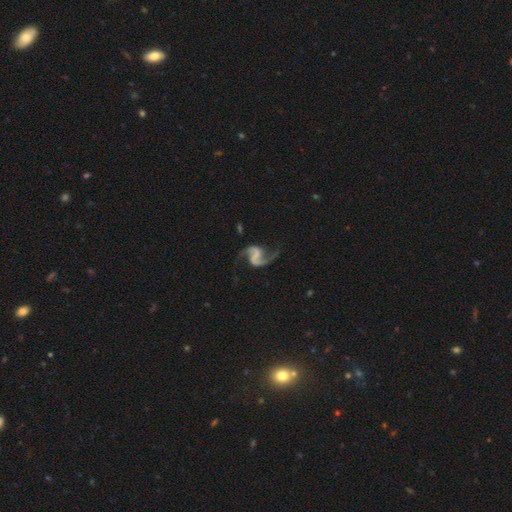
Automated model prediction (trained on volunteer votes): featured or disk 92%, star or artifact 4%, smooth 4%. Down the decision tree: edge-on disk — no (98%); bar — weak (43%); spiral arms — yes (98%); spiral arm count — 2 (94%); spiral winding — loose (67%); bulge size — none (67%); merging — none (76%).